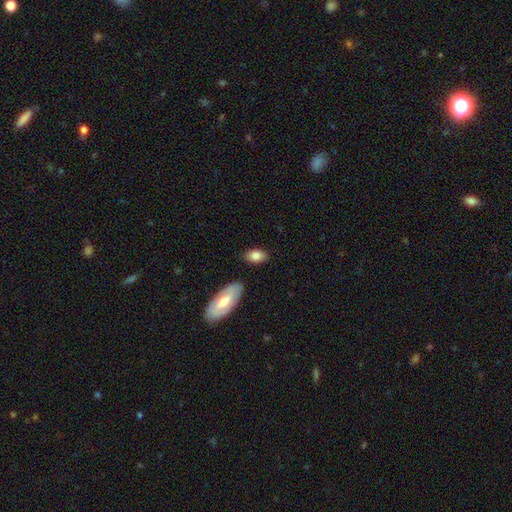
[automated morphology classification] A smooth galaxy with no disk features (79%) that is in between round and cigar-shaped (89%). Merging: none (81%).